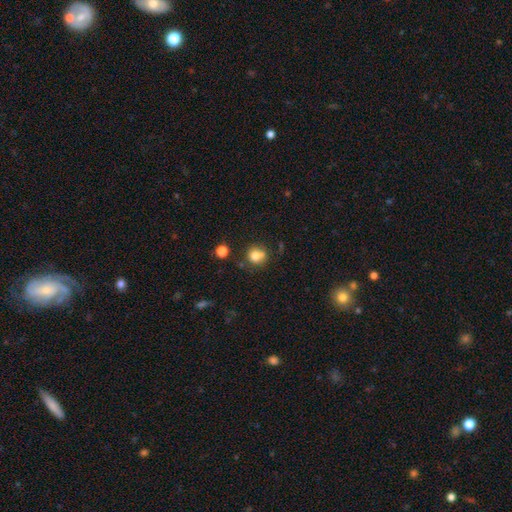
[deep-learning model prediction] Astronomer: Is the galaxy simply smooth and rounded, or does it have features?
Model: smooth — 77%.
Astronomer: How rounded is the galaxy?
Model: round — 83%.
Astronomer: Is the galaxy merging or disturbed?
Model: none — 60%.